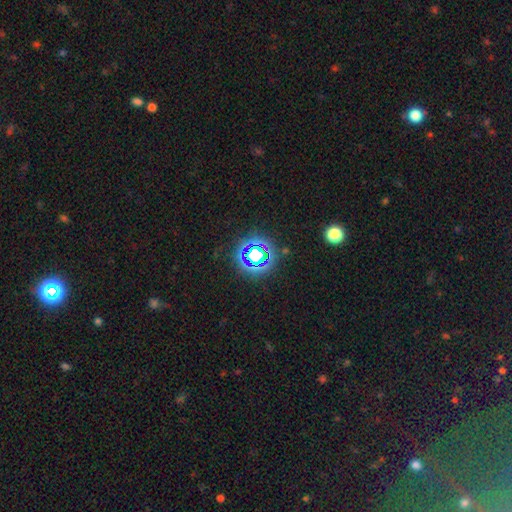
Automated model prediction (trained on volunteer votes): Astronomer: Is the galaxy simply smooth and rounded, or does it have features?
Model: star or artifact — 67%.